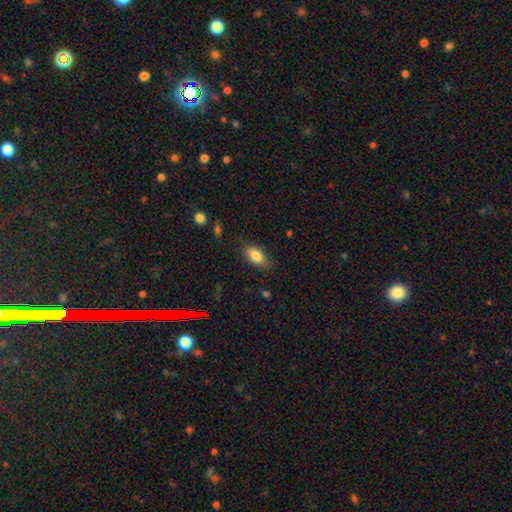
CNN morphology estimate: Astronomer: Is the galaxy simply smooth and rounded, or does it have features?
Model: smooth — 84%.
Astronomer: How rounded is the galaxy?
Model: in between — 90%.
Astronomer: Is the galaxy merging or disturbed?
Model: none — 83%.